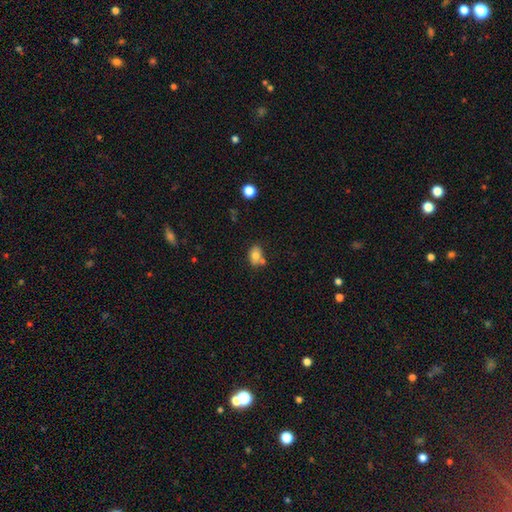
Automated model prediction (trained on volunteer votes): smooth 76%, featured or disk 14%, star or artifact 10%. Down the decision tree: how rounded — in between (71%); merging — none (57%).